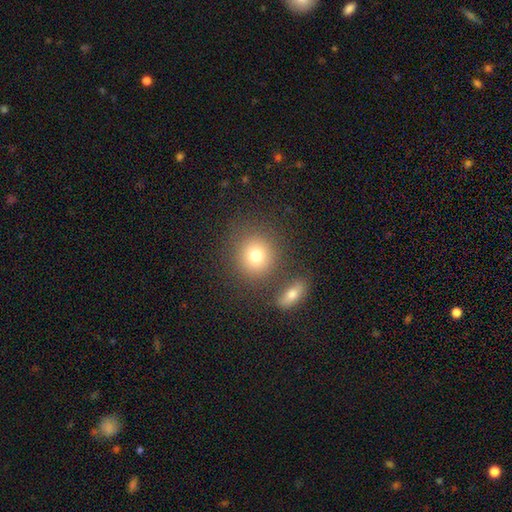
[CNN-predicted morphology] Overall: smooth (77%). How rounded: round (85%). Merging: none (73%).